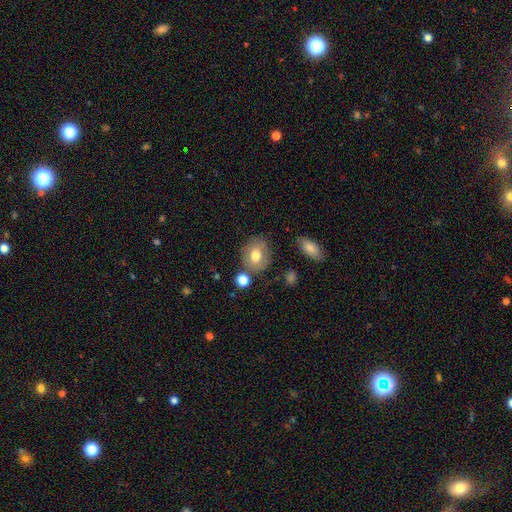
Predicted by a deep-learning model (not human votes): smooth 73%, featured or disk 18%, star or artifact 9%. Down the decision tree: how rounded — round (61%); merging — none (76%).